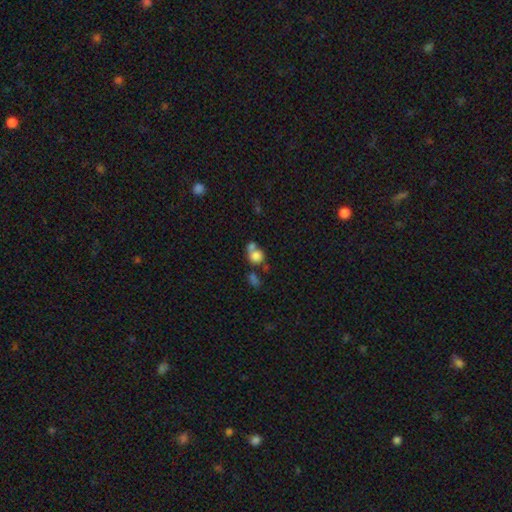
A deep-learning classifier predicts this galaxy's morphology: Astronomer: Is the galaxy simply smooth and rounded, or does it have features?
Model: smooth — 78%.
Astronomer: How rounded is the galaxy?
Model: round — 75%.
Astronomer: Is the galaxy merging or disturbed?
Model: merger — 50% (runner-up: none, 35%).